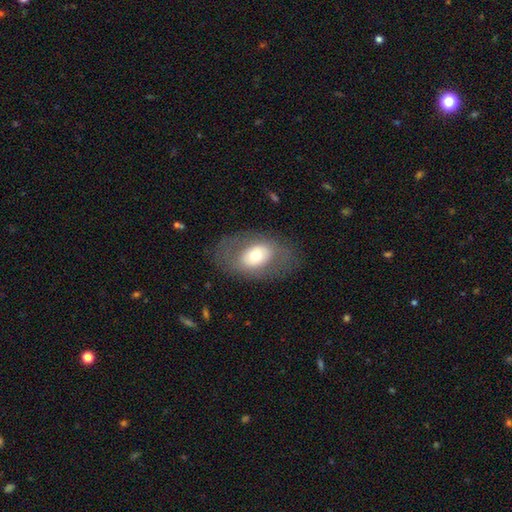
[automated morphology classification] type=smooth (57%); roundness=in between (80%); merging=none (75%).